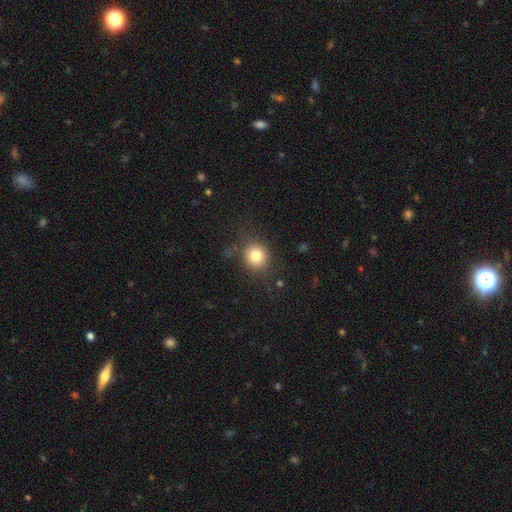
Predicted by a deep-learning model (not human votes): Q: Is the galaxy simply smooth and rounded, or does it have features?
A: smooth — 80%.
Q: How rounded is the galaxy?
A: round — 84%.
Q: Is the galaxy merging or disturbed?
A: none — 81%.